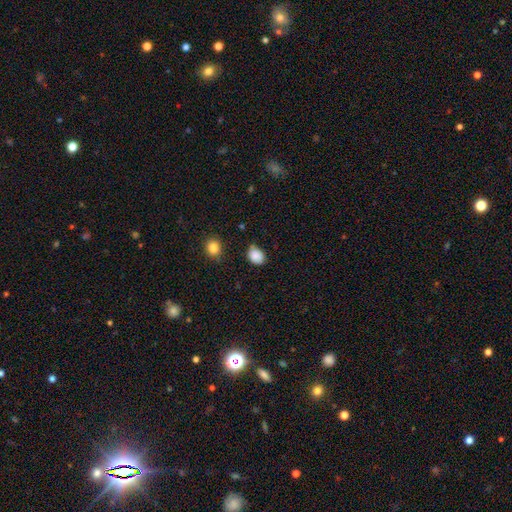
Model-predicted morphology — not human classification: type=smooth (88%); roundness=in between (60%); merging=none (71%).